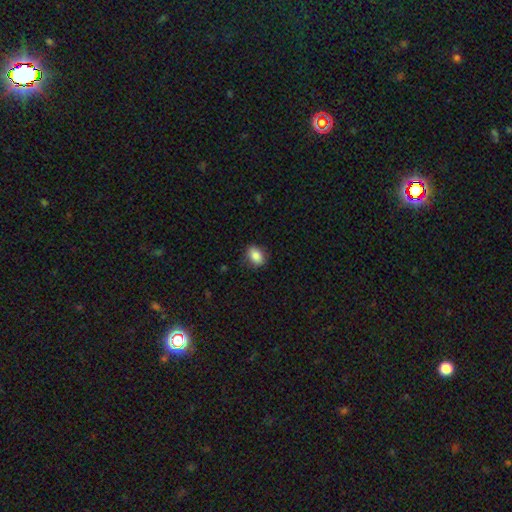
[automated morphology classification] Smooth or featured? smooth (85%)
How rounded? in between (73%)
Merging? none (84%)